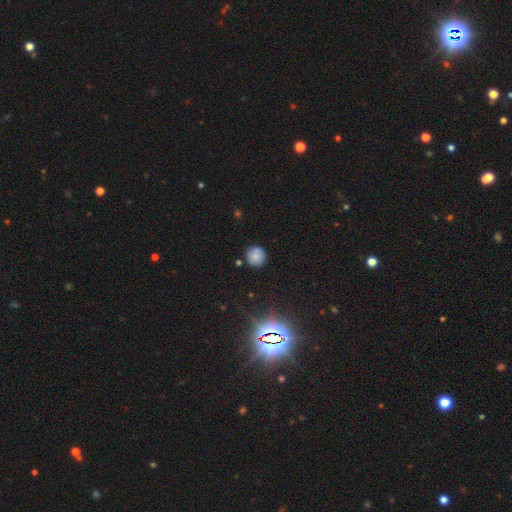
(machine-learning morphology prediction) smooth-or-featured: smooth: 77% | star or artifact: 14% | featured or disk: 10%
  how-rounded: round: 93% | in between: 6% | cigar-shaped: 1%
  merging: none: 81% | minor disturbance: 12% | merger: 4% | major disturbance: 3%